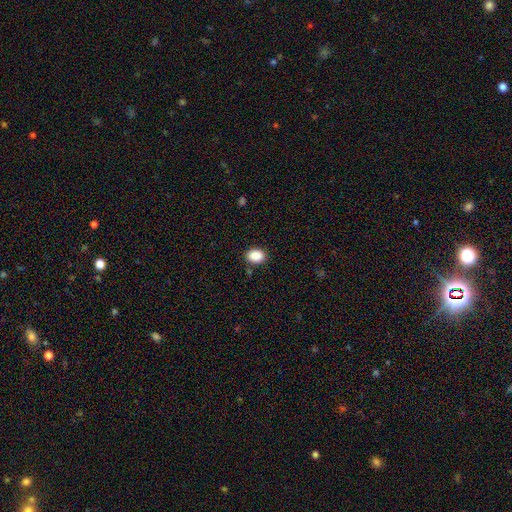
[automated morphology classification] Smooth or featured: smooth — 89% (star or artifact — 8%)
How rounded: in between — 74% (round — 25%)
Merging: none — 86% (minor disturbance — 9%)